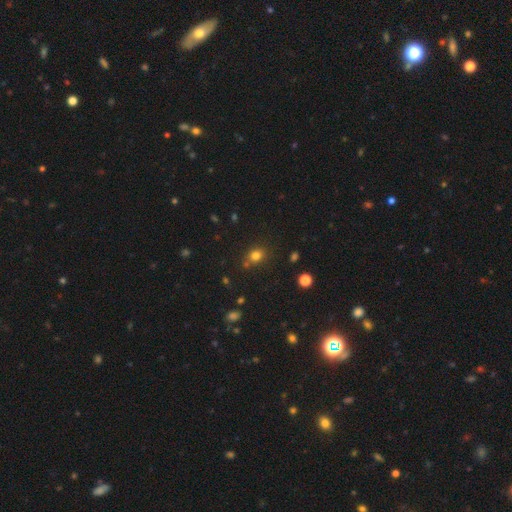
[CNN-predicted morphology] This appears to be a smooth galaxy with no disk features (77%) that is round (66%). Merging: none (70%).